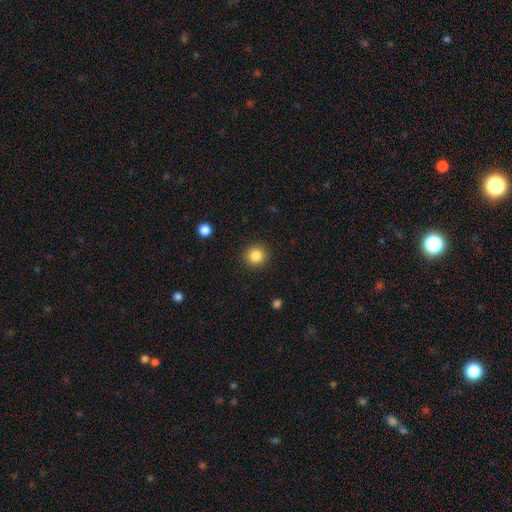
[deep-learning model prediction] Smooth or featured? Predicted: smooth (p=0.85). How rounded? Predicted: round (p=0.90). Merging? Predicted: none (p=0.91).